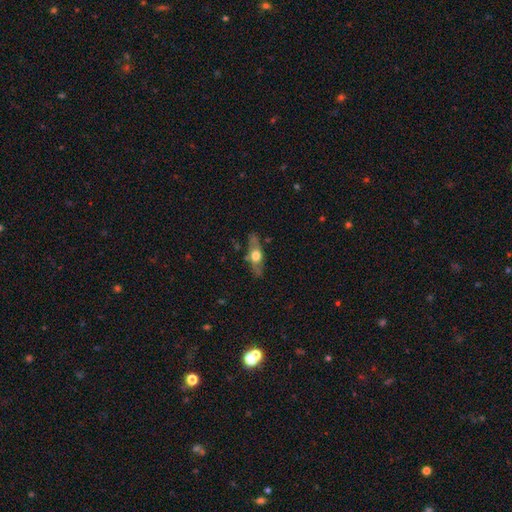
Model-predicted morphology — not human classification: Overall: featured or disk (52%; smooth 42%). Edge-on disk: yes (67%; no 33%). Merging: none (81%).